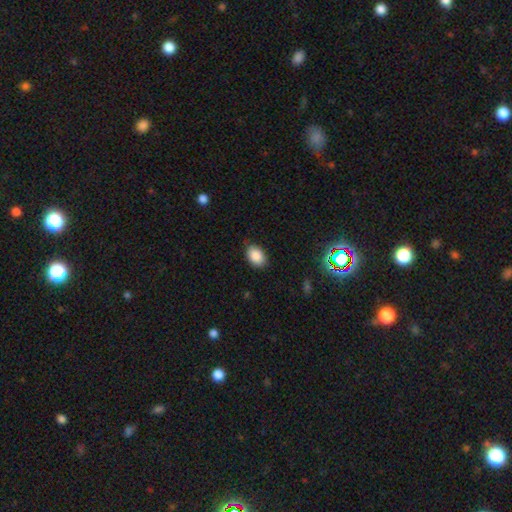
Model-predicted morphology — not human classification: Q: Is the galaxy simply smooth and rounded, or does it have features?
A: smooth — 88%.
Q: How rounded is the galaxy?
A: in between — 85%.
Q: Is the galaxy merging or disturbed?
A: none — 81%.